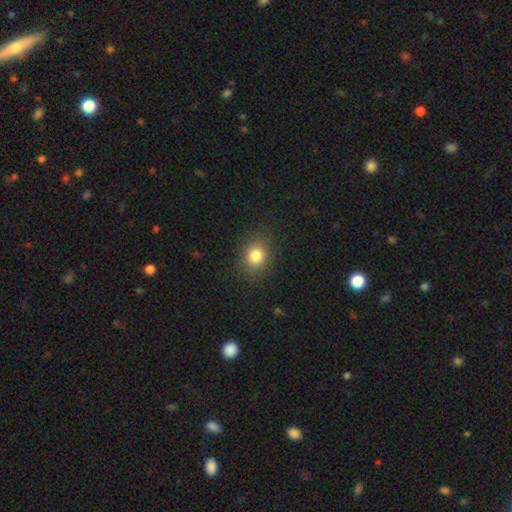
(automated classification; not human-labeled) A smooth galaxy with no disk features (82%) that is round (63%).

Vote fractions:
- Smooth or featured? smooth: 82% / star or artifact: 12% / featured or disk: 7%
- How rounded? round: 63% / in between: 36% / cigar-shaped: 1%
- Merging? none: 87% / minor disturbance: 9% / major disturbance: 3% / merger: 1%